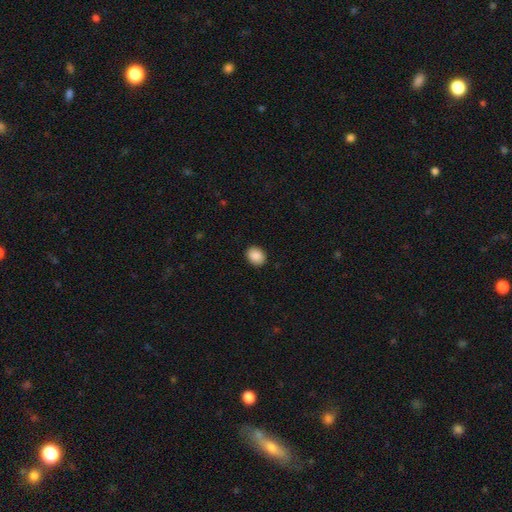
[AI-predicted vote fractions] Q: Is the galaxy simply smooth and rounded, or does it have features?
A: smooth — 89%.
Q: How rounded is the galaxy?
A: in between — 54%.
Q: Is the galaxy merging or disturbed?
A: none — 90%.